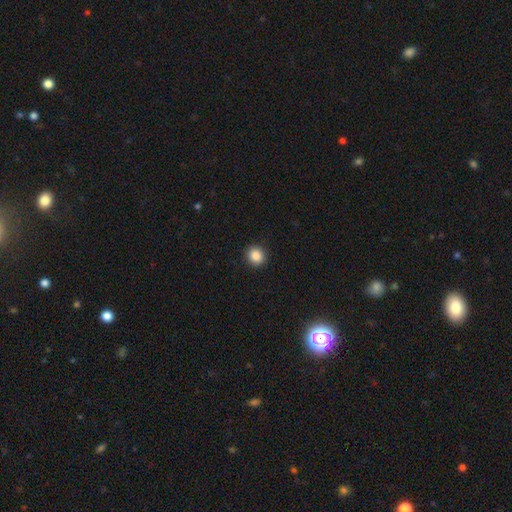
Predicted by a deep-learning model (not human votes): smooth-or-featured: smooth: 87% | star or artifact: 10% | featured or disk: 3%
  how-rounded: round: 86% | in between: 13% | cigar-shaped: 1%
  merging: none: 92% | minor disturbance: 5% | major disturbance: 2% | merger: 1%